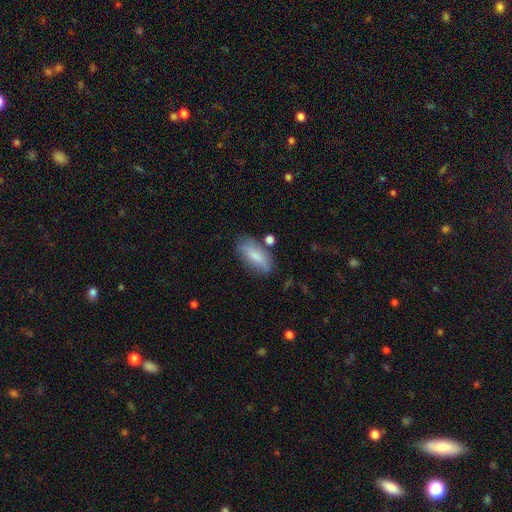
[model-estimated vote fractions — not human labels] Smooth or featured?
  - smooth: 75% *
  - featured or disk: 18%
  - star or artifact: 7%
How rounded?
  - in between: 80% *
  - cigar-shaped: 17%
  - round: 3%
Merging?
  - none: 68% *
  - minor disturbance: 20%
  - merger: 6%
  - major disturbance: 6%